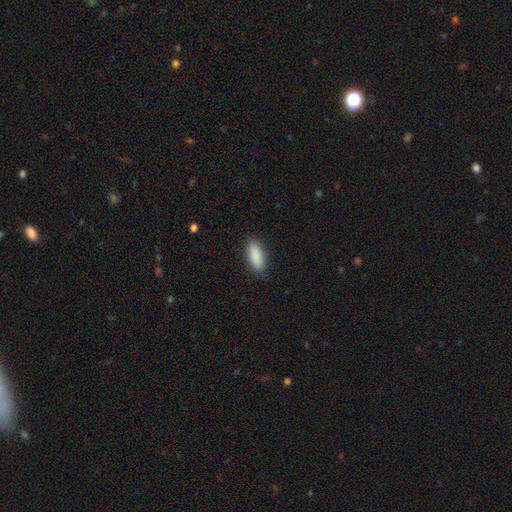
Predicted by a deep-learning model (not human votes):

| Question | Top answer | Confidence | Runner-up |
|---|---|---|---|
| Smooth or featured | smooth | 90% | star or artifact (6%) |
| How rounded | in between | 71% | cigar-shaped (27%) |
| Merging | none | 89% | minor disturbance (8%) |